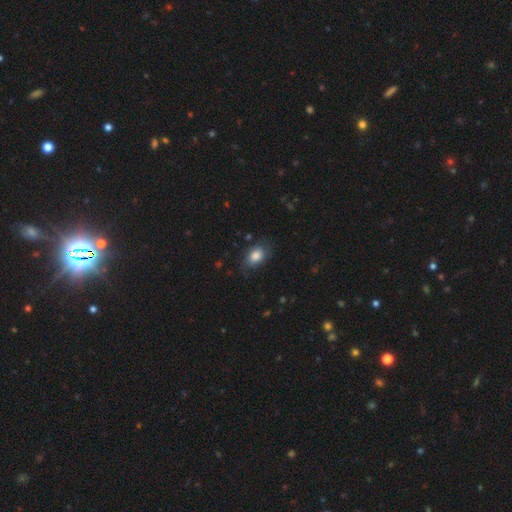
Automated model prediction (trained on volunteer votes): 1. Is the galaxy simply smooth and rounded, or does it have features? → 79% smooth, 13% featured or disk, 8% star or artifact.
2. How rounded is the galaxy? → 82% in between, 16% round, 2% cigar-shaped.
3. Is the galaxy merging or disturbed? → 69% none, 22% minor disturbance, 8% major disturbance, 1% merger.